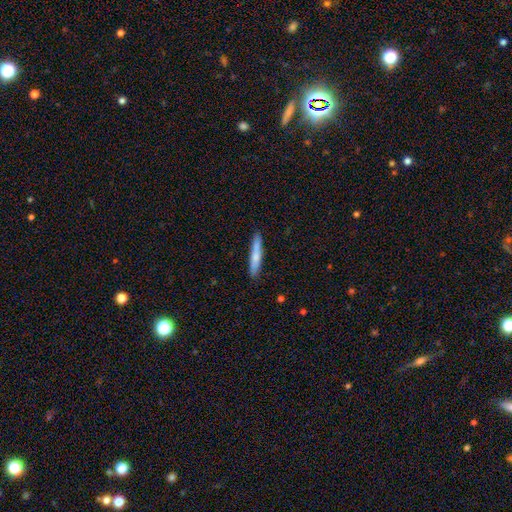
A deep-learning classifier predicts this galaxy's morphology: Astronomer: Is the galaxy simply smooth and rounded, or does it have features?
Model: smooth — 70%.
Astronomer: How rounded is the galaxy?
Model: cigar-shaped — 93%.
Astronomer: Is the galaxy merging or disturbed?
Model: none — 88%.